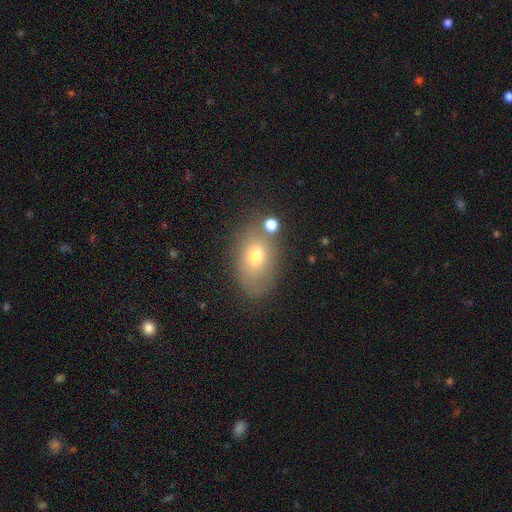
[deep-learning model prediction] The model was most divided on "merging": none: 67%, minor disturbance: 17%, merger: 9%, major disturbance: 6%. More confident: how rounded — in between (84%); smooth or featured — smooth (69%).